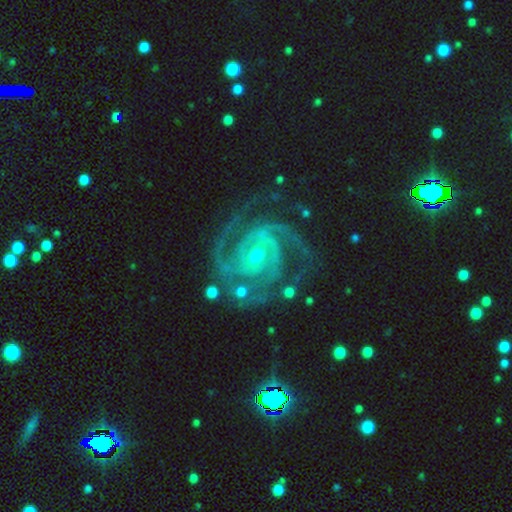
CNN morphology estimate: A featured or disk galaxy (93%) with a weak bar (44%), 2 (43%) tight (67%) spiral arms (99%) and a small central bulge (62%). Merging: none (73%).